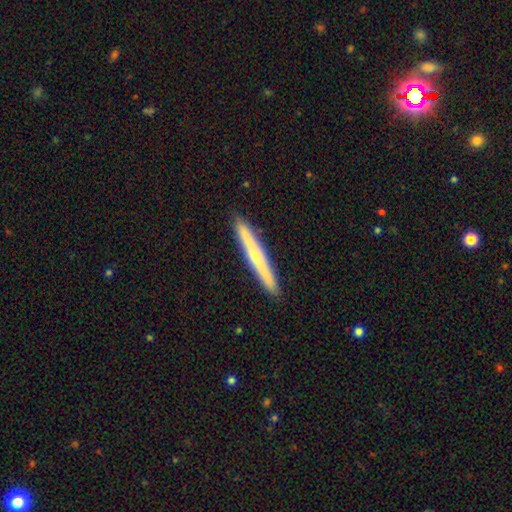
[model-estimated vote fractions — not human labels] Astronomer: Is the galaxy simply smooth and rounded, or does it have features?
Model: featured or disk — 54% (runner-up: smooth, 40%).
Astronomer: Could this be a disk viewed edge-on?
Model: yes — 97%.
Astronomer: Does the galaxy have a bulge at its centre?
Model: rounded — 64%.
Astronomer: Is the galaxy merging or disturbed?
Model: none — 92%.